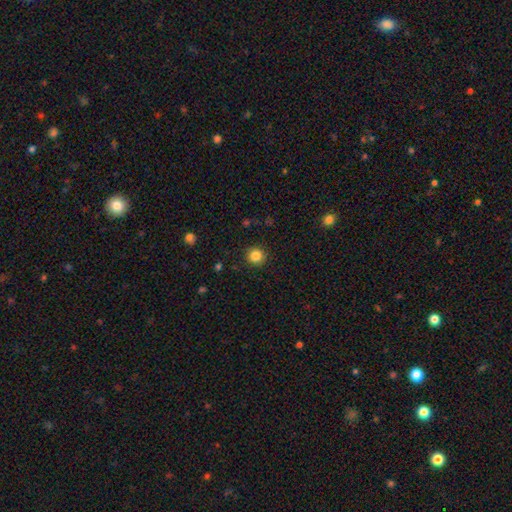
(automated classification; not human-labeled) The model was most divided on "smooth or featured": smooth: 84%, star or artifact: 11%, featured or disk: 5%. More confident: how rounded — round (93%); merging — none (91%).